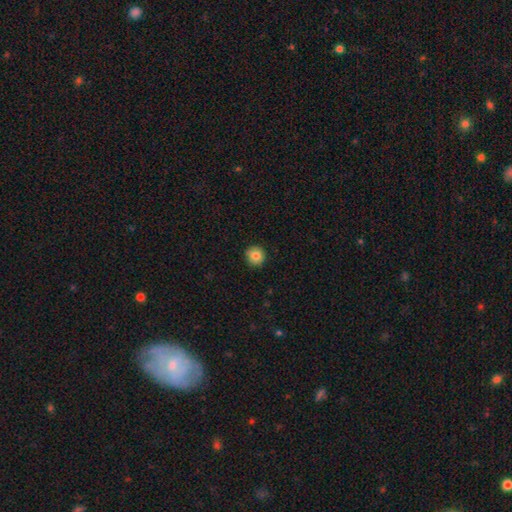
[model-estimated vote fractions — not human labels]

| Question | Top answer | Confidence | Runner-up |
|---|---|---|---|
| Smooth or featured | smooth | 84% | star or artifact (9%) |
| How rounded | round | 94% | in between (5%) |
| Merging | none | 91% | minor disturbance (6%) |